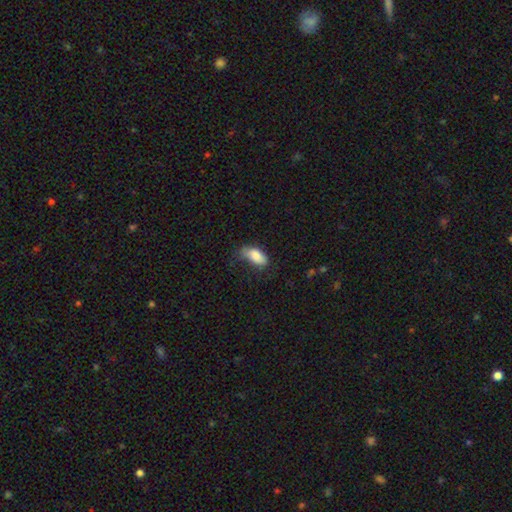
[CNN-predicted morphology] smooth-or-featured: smooth: 85% | featured or disk: 8% | star or artifact: 7%
  how-rounded: in between: 90% | cigar-shaped: 7% | round: 3%
  merging: none: 46% | minor disturbance: 36% | major disturbance: 16% | merger: 2%